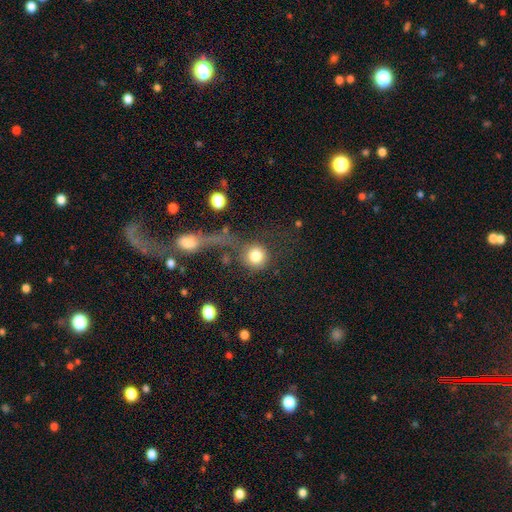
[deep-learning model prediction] smooth 78%, featured or disk 12%, star or artifact 10%. Down the decision tree: how rounded — round (91%); merging — none (45%).